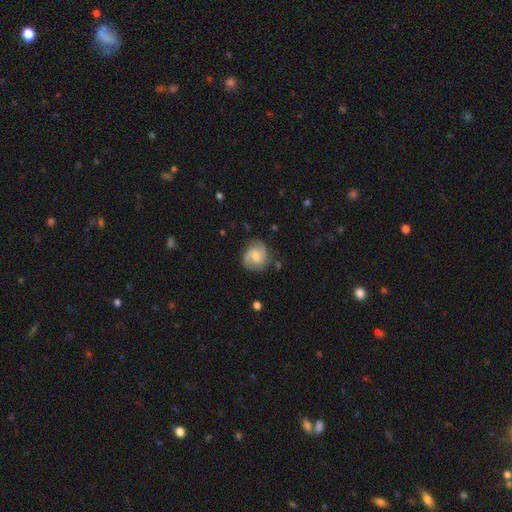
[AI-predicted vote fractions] A featured or disk galaxy (62%) with a weak bar (47%), 2 (78%) medium (48%) spiral arms (93%) and a moderate central bulge (48%). Merging: none (74%).